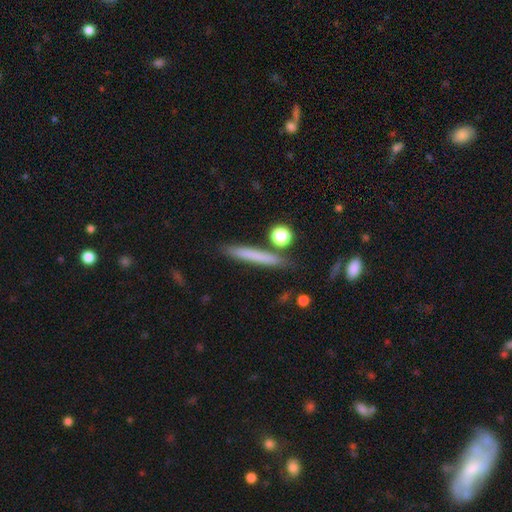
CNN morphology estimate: This is likely a smooth galaxy (68%). How rounded: clearly cigar-shaped (94%). Merging: clearly none (83%).